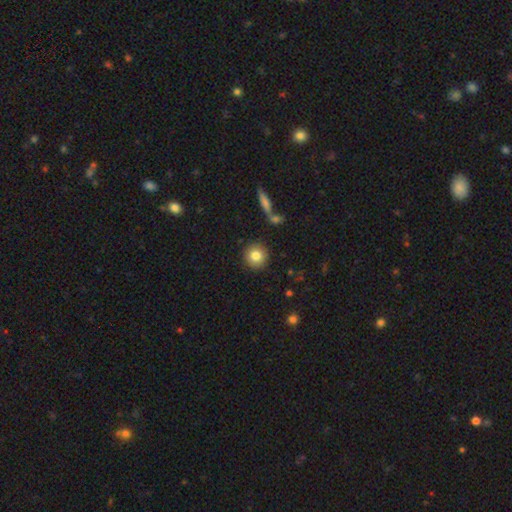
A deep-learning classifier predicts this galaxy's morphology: Q: Smooth or featured?
A: smooth (83%); runner-up: star or artifact (9%)
Q: How rounded?
A: round (92%); runner-up: in between (7%)
Q: Merging?
A: none (88%); runner-up: minor disturbance (7%)